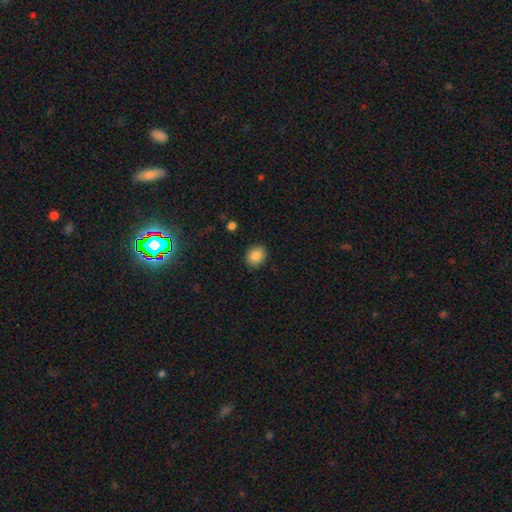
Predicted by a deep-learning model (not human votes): This is clearly a smooth galaxy (86%). How rounded: likely round (60%). Merging: clearly none (89%).